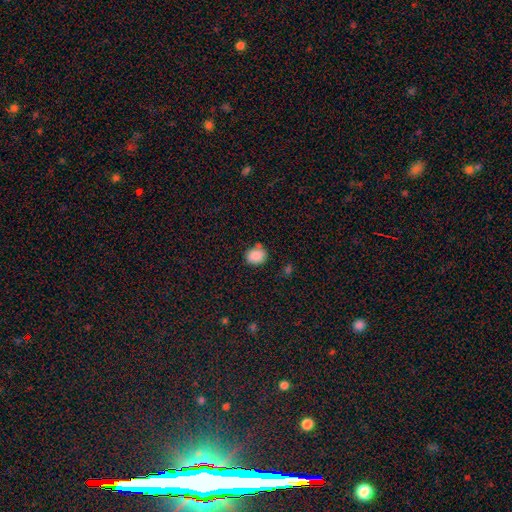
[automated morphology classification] Q: Smooth or featured?
A: smooth (87%); runner-up: star or artifact (9%)
Q: How rounded?
A: round (63%); runner-up: in between (36%)
Q: Merging?
A: none (69%); runner-up: minor disturbance (20%)